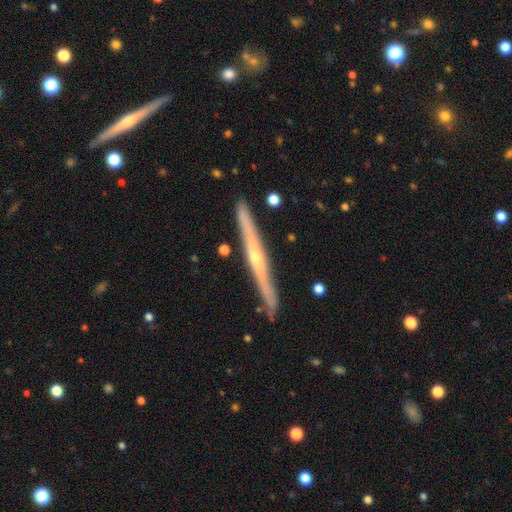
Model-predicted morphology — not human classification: type=featured or disk (74%); edge-on=yes (97%); edge-on bulge=rounded (61%); merging=none (87%).